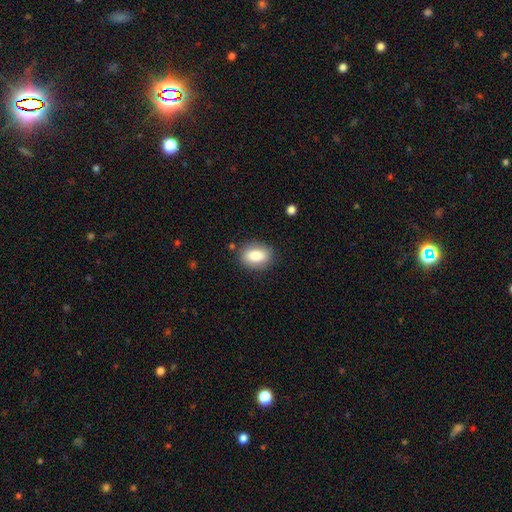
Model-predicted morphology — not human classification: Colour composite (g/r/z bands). It shows a smooth galaxy with no disk features (83%) that is in between round and cigar-shaped (79%). Merging: none (83%).